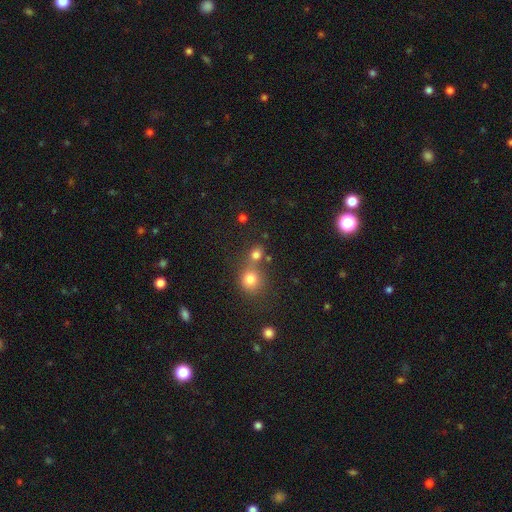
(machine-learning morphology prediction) A smooth galaxy with no disk features (71%) that is round (83%).

Vote fractions:
- Smooth or featured? smooth: 71% / star or artifact: 21% / featured or disk: 8%
- How rounded? round: 83% / in between: 16% / cigar-shaped: 1%
- Merging? none: 56% / merger: 33% / minor disturbance: 8% / major disturbance: 4%